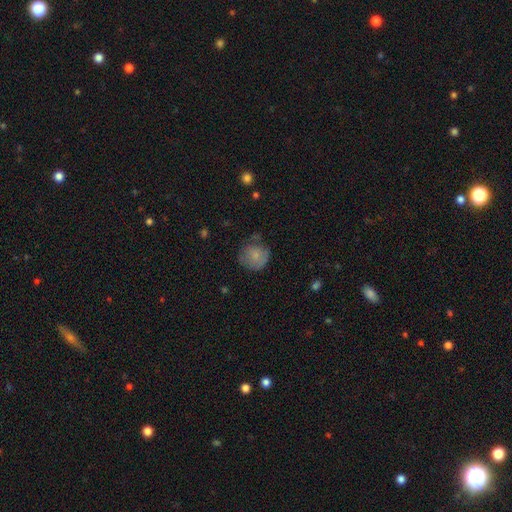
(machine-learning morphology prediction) Smooth or featured: smooth — 73% (featured or disk — 18%)
How rounded: round — 85% (in between — 14%)
Merging: none — 56% (minor disturbance — 29%)